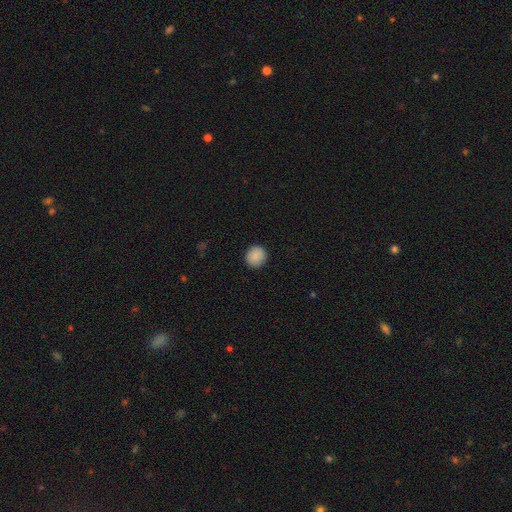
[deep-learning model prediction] Q: Smooth or featured?
A: smooth (89%); runner-up: star or artifact (8%)
Q: How rounded?
A: round (91%); runner-up: in between (8%)
Q: Merging?
A: none (91%); runner-up: minor disturbance (6%)